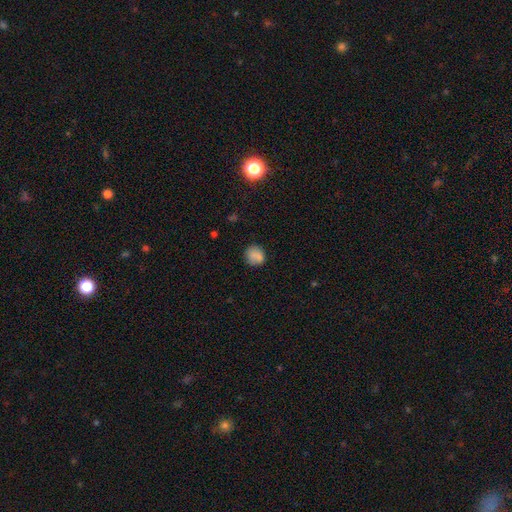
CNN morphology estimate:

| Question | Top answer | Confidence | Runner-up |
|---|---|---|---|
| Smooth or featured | smooth | 82% | star or artifact (10%) |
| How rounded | round | 84% | in between (15%) |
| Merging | none | 74% | minor disturbance (17%) |